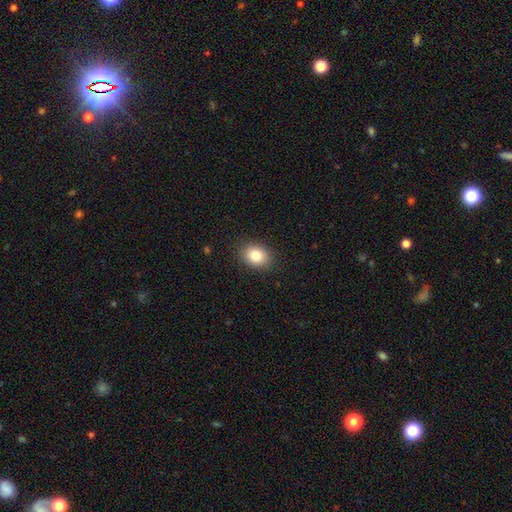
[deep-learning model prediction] This is clearly a smooth galaxy (84%). How rounded: likely in between (62%). Merging: clearly none (88%).